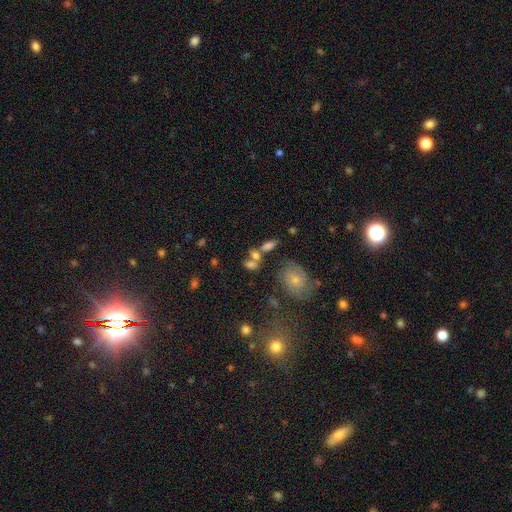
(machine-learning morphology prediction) Overall: smooth (66%). How rounded: in between (76%). Merging: merger (45%; none 36%).